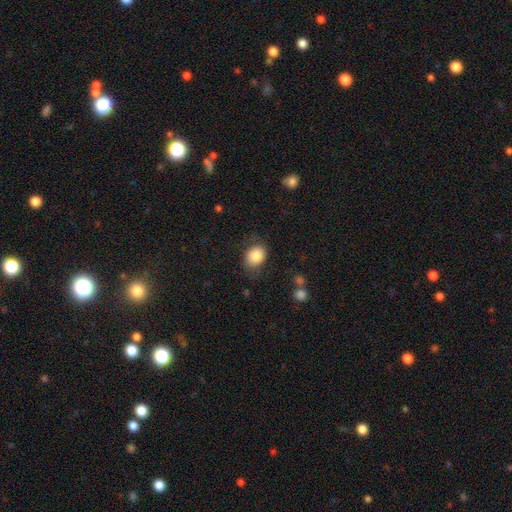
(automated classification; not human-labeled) A smooth galaxy with no disk features (82%) that is in between round and cigar-shaped (55%). Merging: none (70%).